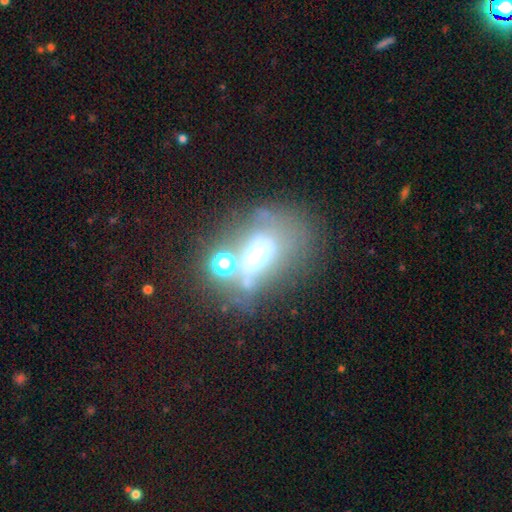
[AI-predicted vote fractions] Smooth or featured? Predicted: featured or disk (p=0.41). Merging? Predicted: none (p=0.33).